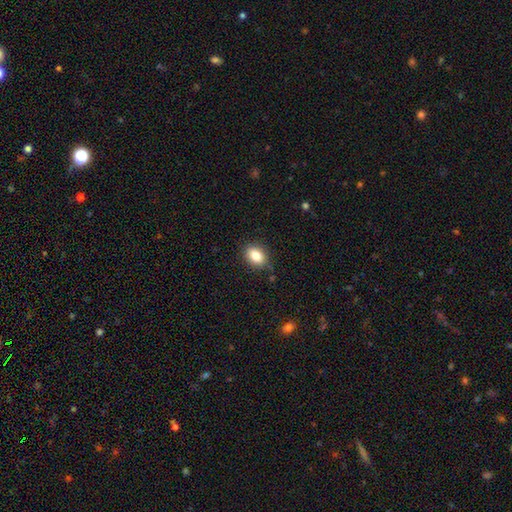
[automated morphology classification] smooth 84%, star or artifact 9%, featured or disk 7%. Down the decision tree: how rounded — in between (74%); merging — none (85%).